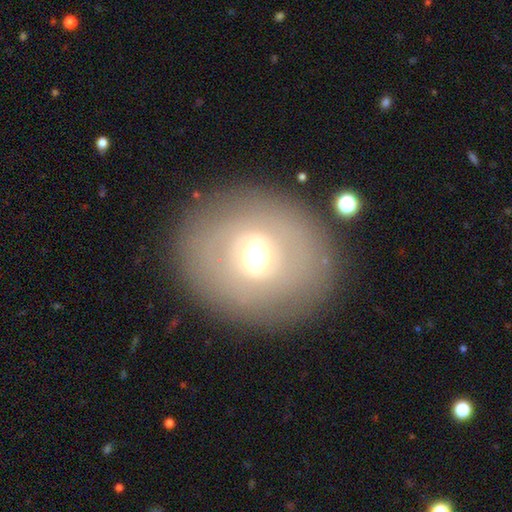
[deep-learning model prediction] Overall: featured or disk (47%; smooth 42%). Merging: none (82%).